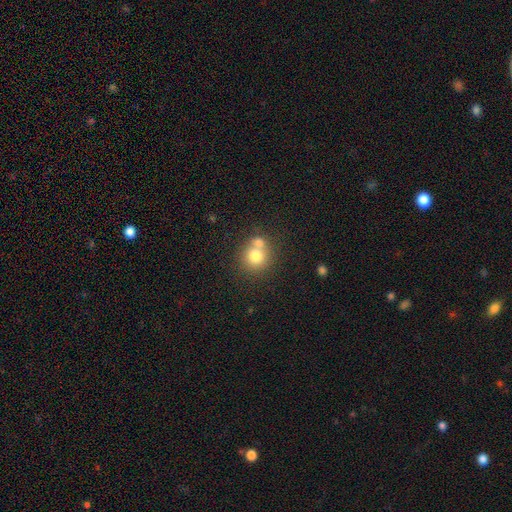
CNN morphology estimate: A smooth galaxy with no disk features (76%) that is round (86%). Merging: none (47%).